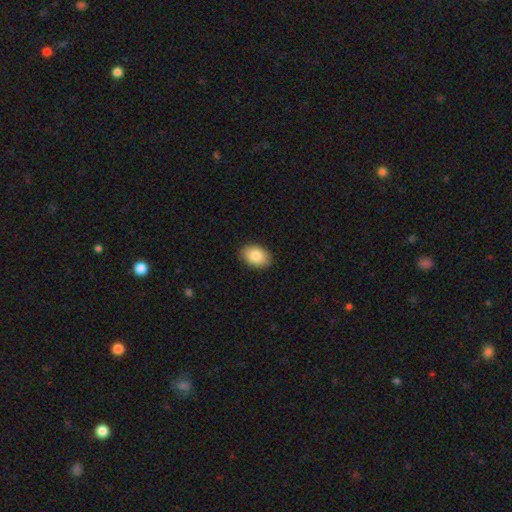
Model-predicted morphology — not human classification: smooth-or-featured: smooth: 86% | featured or disk: 8% | star or artifact: 7%
  how-rounded: in between: 86% | round: 13% | cigar-shaped: 1%
  merging: none: 89% | minor disturbance: 8% | major disturbance: 2% | merger: 1%